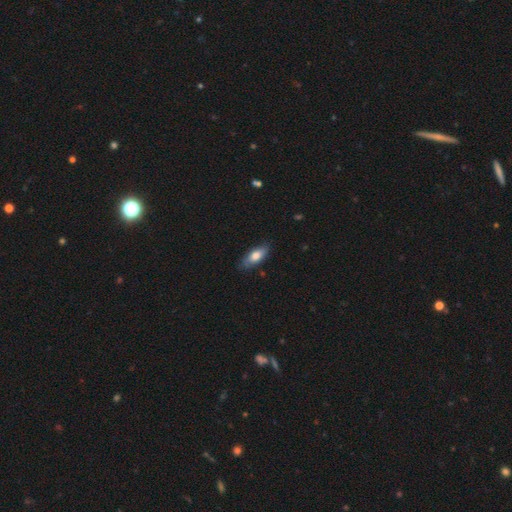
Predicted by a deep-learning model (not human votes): Morphology: type=smooth (72%); roundness=in between (77%); merging=none (79%).